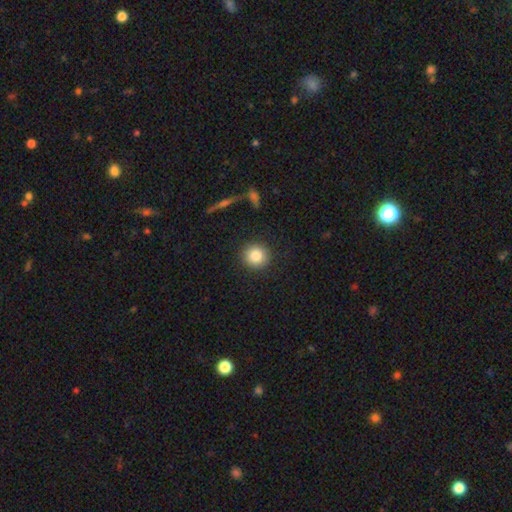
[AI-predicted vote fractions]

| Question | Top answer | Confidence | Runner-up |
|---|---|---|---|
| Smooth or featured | smooth | 84% | star or artifact (9%) |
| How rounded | round | 93% | in between (6%) |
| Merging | none | 90% | minor disturbance (6%) |